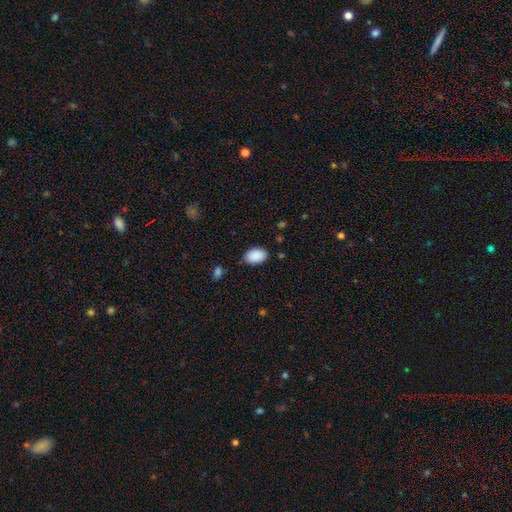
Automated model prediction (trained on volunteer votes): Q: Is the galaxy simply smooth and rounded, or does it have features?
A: smooth — 90%.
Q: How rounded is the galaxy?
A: in between — 89%.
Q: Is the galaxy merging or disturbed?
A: none — 83%.